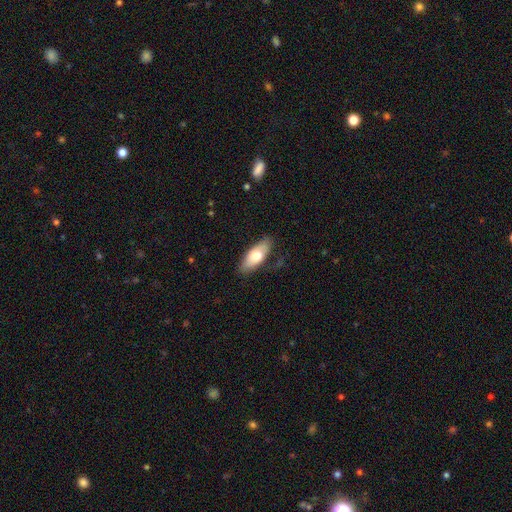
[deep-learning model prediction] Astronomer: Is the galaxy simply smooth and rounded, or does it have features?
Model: smooth — 67%.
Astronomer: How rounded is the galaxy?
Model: in between — 78%.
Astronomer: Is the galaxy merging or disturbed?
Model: none — 79%.